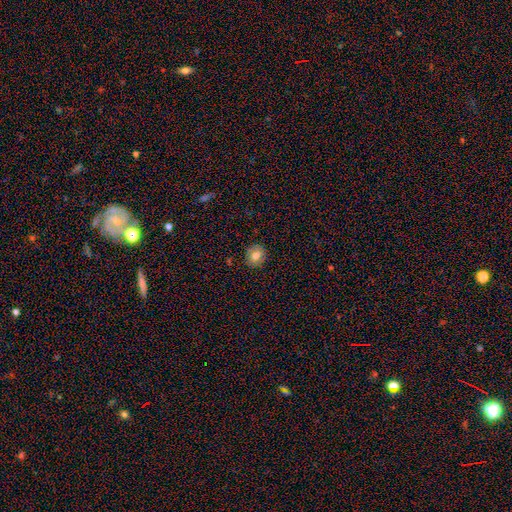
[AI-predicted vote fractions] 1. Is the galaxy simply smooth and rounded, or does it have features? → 74% smooth, 17% featured or disk, 10% star or artifact.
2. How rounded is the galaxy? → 70% round, 29% in between, 1% cigar-shaped.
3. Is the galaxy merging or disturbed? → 86% none, 10% minor disturbance, 3% major disturbance, 1% merger.